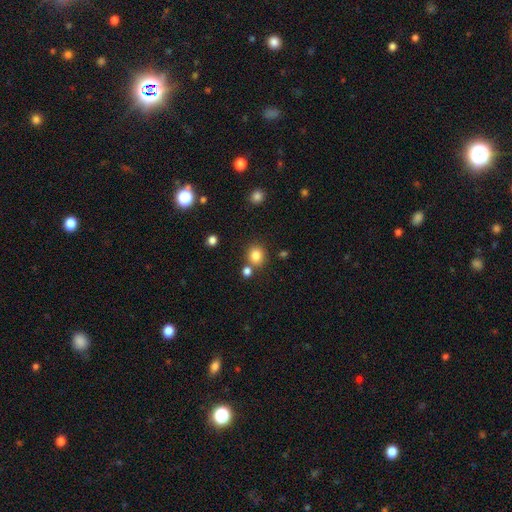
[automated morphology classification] This appears to be a smooth galaxy with no disk features (83%) that is round (82%). Merging: none (74%).